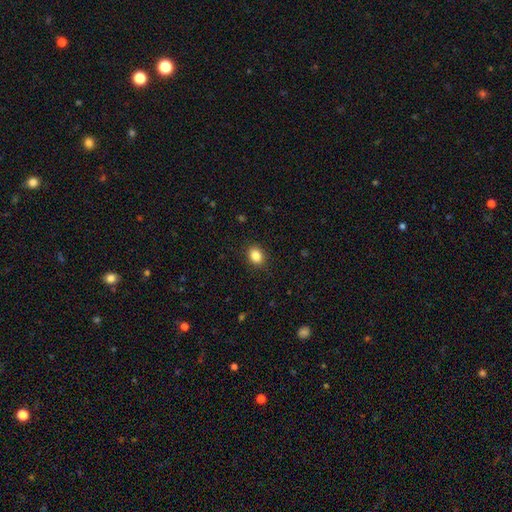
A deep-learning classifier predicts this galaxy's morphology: type=smooth (86%); roundness=in between (55%); merging=none (89%).